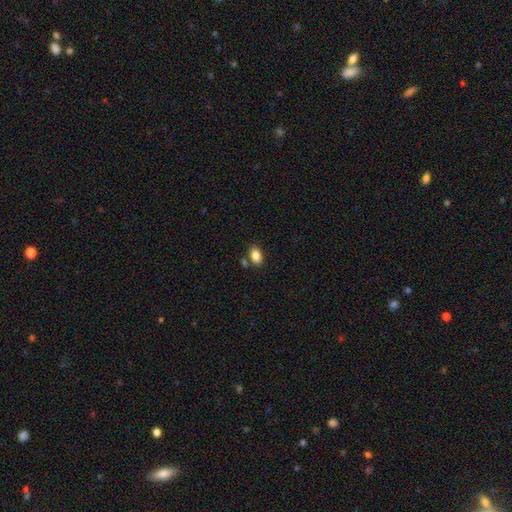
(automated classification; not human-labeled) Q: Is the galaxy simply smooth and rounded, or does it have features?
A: smooth — 85%.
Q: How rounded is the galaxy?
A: in between — 86%.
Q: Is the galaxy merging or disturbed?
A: none — 75%.